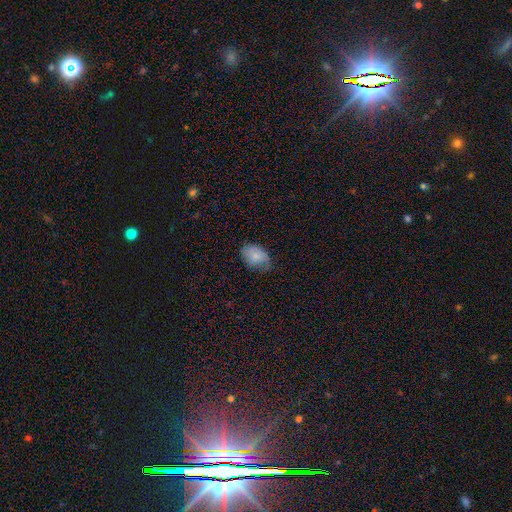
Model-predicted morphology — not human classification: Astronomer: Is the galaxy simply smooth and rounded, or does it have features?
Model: smooth — 79%.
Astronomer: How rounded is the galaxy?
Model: in between — 82%.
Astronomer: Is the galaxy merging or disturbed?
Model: none — 55% (runner-up: minor disturbance, 34%).